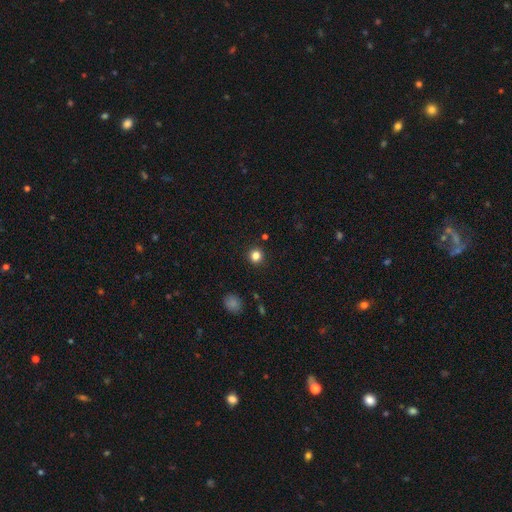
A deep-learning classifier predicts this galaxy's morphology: Smooth or featured?
  - smooth: 82% *
  - star or artifact: 13%
  - featured or disk: 4%
How rounded?
  - round: 92% *
  - in between: 7%
  - cigar-shaped: 1%
Merging?
  - none: 91% *
  - minor disturbance: 5%
  - major disturbance: 2%
  - merger: 2%